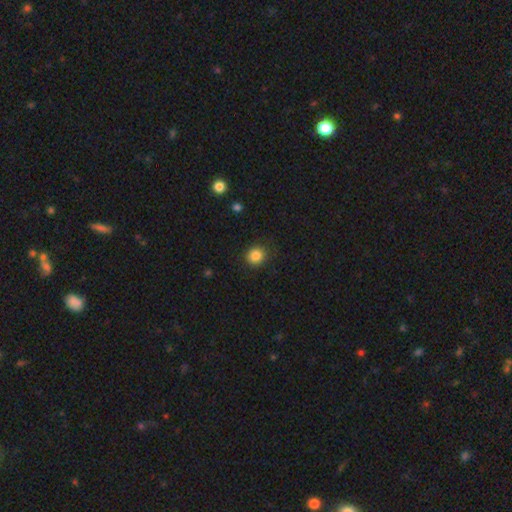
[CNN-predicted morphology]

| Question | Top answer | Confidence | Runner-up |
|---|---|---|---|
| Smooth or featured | smooth | 86% | star or artifact (10%) |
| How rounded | round | 86% | in between (13%) |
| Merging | none | 88% | minor disturbance (8%) |